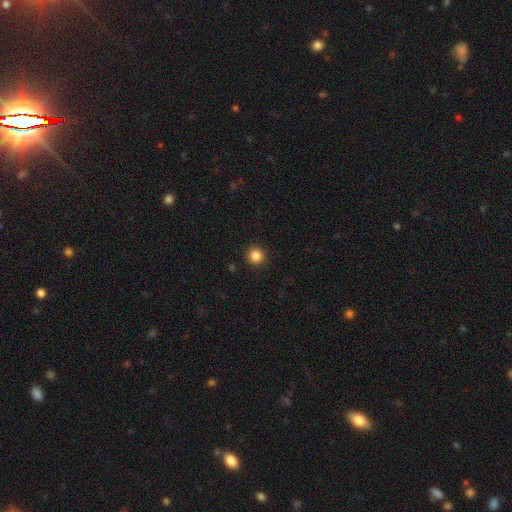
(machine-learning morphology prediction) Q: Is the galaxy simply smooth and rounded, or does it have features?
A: smooth — 85%.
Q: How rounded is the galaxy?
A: round — 93%.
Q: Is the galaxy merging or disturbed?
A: none — 93%.